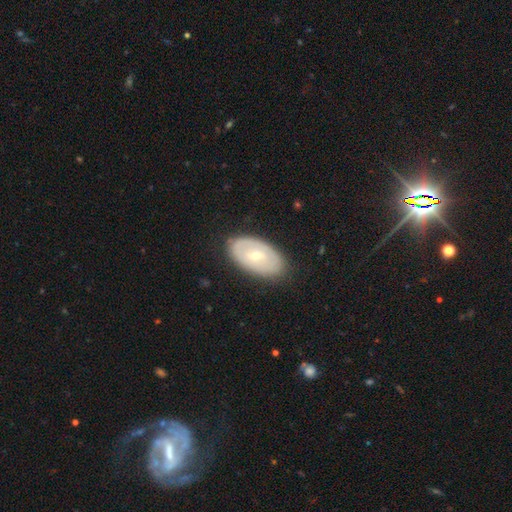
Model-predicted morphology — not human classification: A featured or disk galaxy (54%). Merging: none (82%).